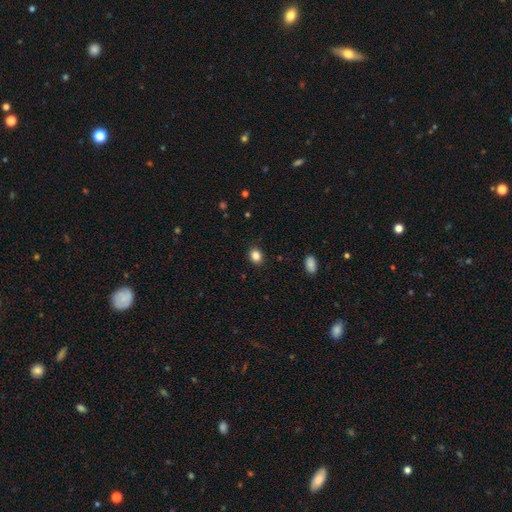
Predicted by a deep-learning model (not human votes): Q: Smooth or featured?
A: smooth (85%); runner-up: star or artifact (10%)
Q: How rounded?
A: round (51%); runner-up: in between (48%)
Q: Merging?
A: none (89%); runner-up: minor disturbance (8%)